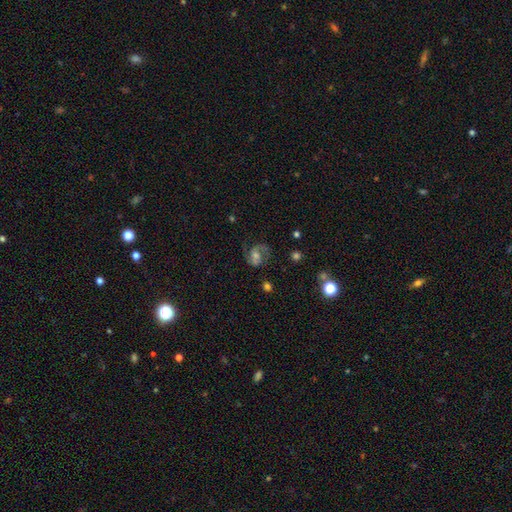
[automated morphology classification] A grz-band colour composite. It shows a featured or disk galaxy (74%) with no bar (44%), 2 (84%) medium (54%) spiral arms (93%) and a moderate central bulge (50%). Merging: none (71%).